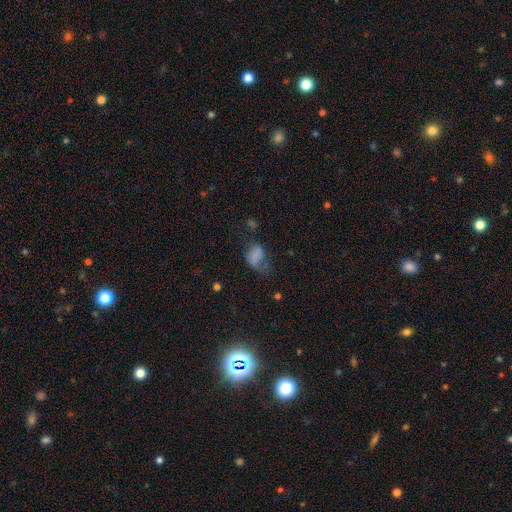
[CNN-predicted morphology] A smooth galaxy with no disk features (68%) that is in between round and cigar-shaped (75%). Merging: major disturbance (39%).